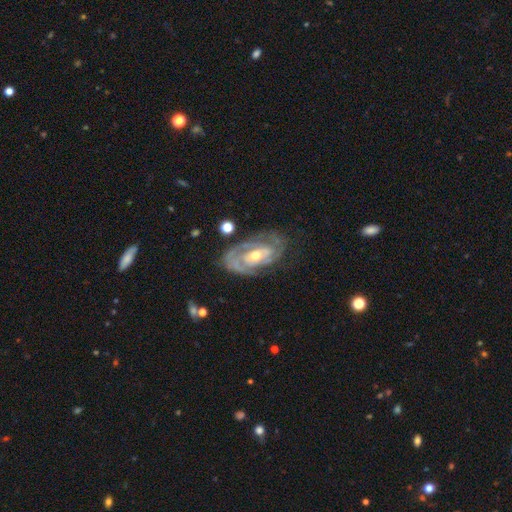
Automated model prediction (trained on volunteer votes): Overall: featured or disk (86%). Edge-on disk: no (95%). Bar: no (59%; weak 29%). Spiral arms: yes (91%). Spiral arm count: 2 (45%; can't tell 27%). Spiral winding: tight (66%; medium 27%). Bulge size: moderate (65%; small 29%). Merging: none (67%).